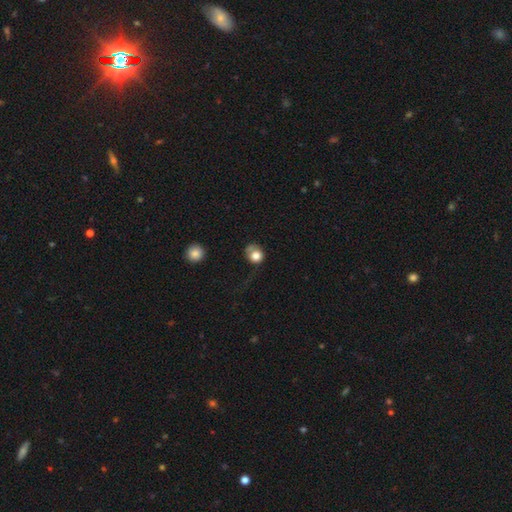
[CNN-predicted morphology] A smooth galaxy with no disk features (77%) that is round (74%).

Vote fractions:
- Smooth or featured? smooth: 77% / featured or disk: 14% / star or artifact: 9%
- How rounded? round: 74% / in between: 25% / cigar-shaped: 1%
- Merging? none: 36% / major disturbance: 30% / minor disturbance: 28% / merger: 6%